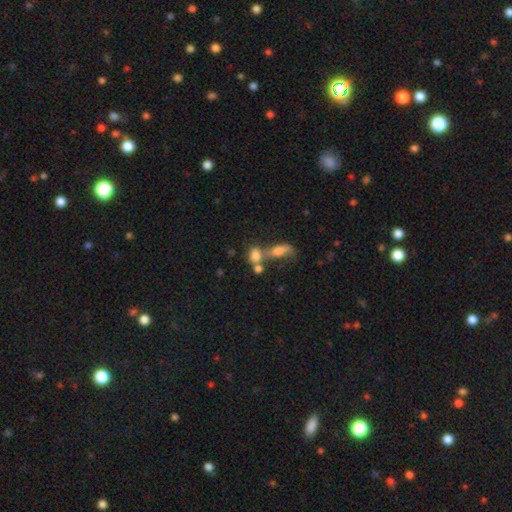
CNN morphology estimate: Q: Smooth or featured?
A: smooth (75%); runner-up: featured or disk (13%)
Q: How rounded?
A: in between (62%); runner-up: round (31%)
Q: Merging?
A: merger (49%); runner-up: none (33%)